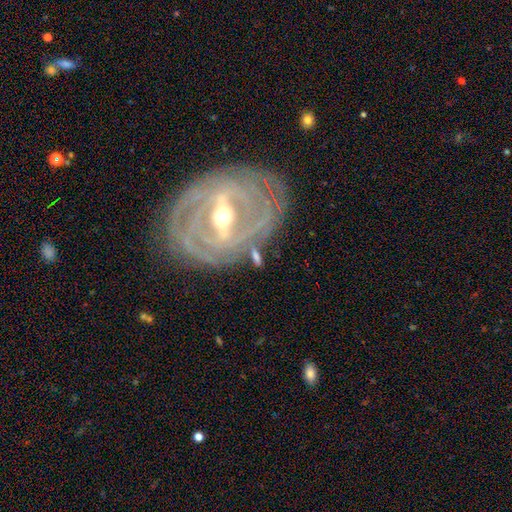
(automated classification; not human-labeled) This is likely a featured or disk galaxy (66%). It is likely not viewed edge-on (70%). Merging: likely none (69%).